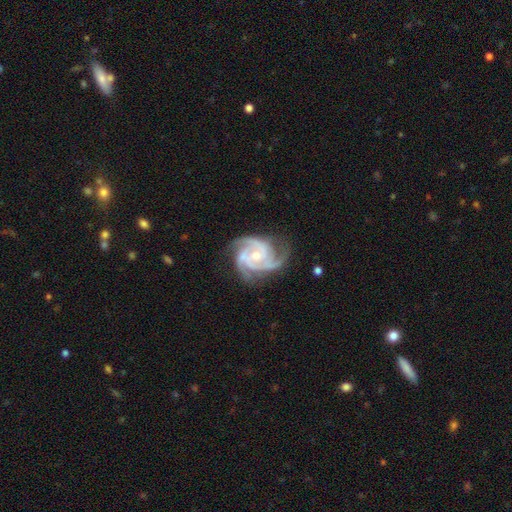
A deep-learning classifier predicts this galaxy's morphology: smooth-or-featured: featured or disk: 93% | star or artifact: 4% | smooth: 4%
  disk-edge-on: no: 98% | yes: 2%
    bar: no: 61% | weak: 30% | strong: 8%
    has-spiral-arms: yes: 98% | no: 2%
      spiral-winding: tight: 52% | medium: 42% | loose: 5%
      spiral-arm-count: 3: 63% | 4: 15% | 2: 9% | can't tell: 6% | more than 4: 4% | 1: 4%
    bulge-size: small: 50% | moderate: 46% | none: 2% | large: 2% | dominant: 1%
  merging: none: 71% | minor disturbance: 19% | major disturbance: 8% | merger: 2%